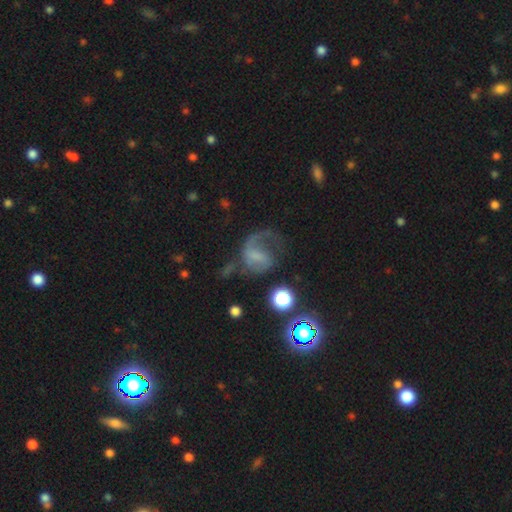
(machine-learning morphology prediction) This is possibly a featured or disk galaxy (60%). It is clearly not viewed edge-on (97%). Bar: marginally no (44%). Spiral arm pattern: likely yes (79%). Central bulge: possibly none (53%). Merging: possibly major disturbance (45%).